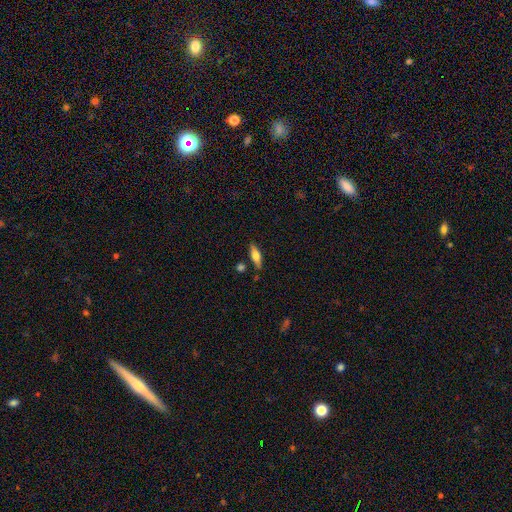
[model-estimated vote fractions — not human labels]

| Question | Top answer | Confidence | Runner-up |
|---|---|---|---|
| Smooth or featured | smooth | 56% | featured or disk (38%) |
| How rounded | in between | 51% | cigar-shaped (46%) |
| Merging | none | 81% | minor disturbance (11%) |